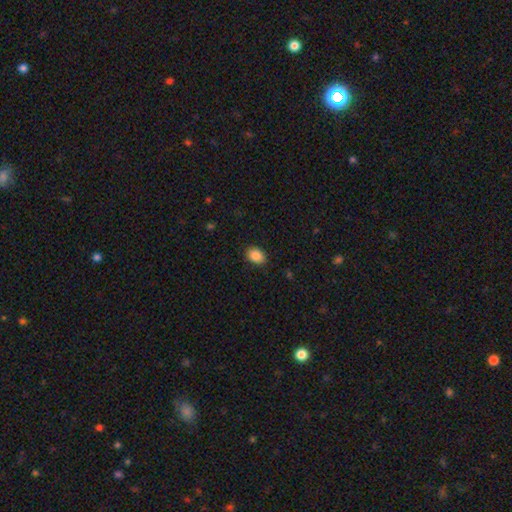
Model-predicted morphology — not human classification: A smooth galaxy with no disk features (87%) that is in between round and cigar-shaped (75%). Merging: none (88%).